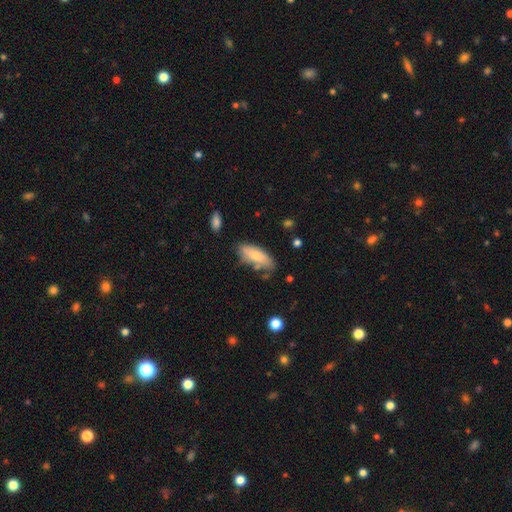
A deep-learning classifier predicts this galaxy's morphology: smooth_or_featured: smooth (p=0.74) [alt: featured or disk p=0.19]
how_rounded: in between (p=0.74) [alt: cigar-shaped p=0.24]
merging: none (p=0.64) [alt: minor disturbance p=0.24]